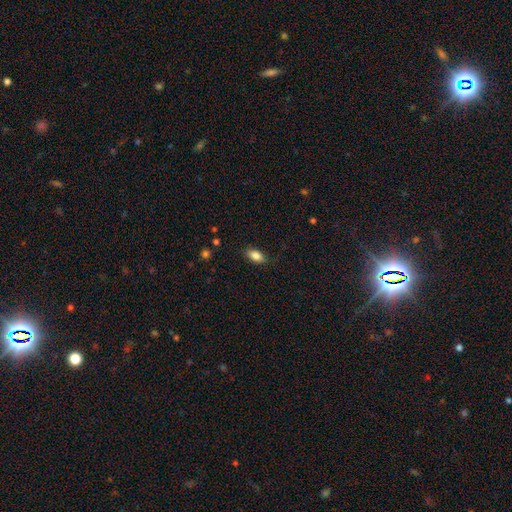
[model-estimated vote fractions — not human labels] smooth 85%, star or artifact 8%, featured or disk 7%. Down the decision tree: how rounded — in between (89%); merging — none (81%).